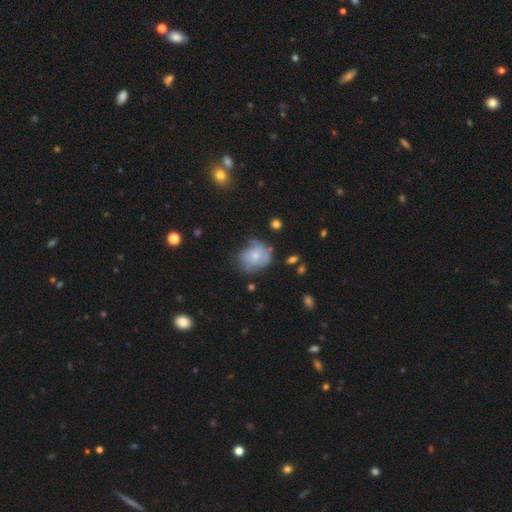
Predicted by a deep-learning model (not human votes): Smooth or featured? Predicted: smooth (p=0.55). How rounded? Predicted: round (p=0.58). Merging? Predicted: none (p=0.44).